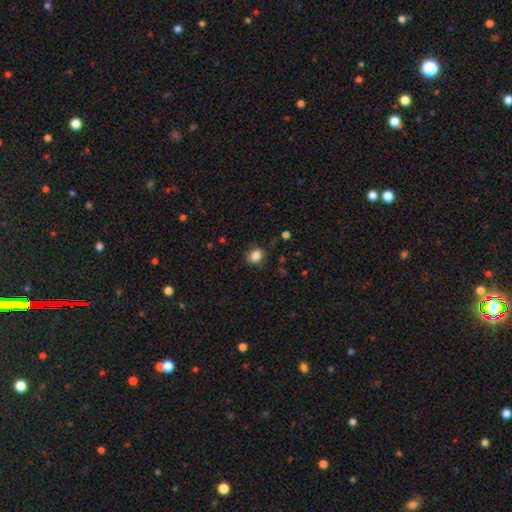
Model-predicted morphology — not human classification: Smooth or featured?
  - smooth: 84% *
  - star or artifact: 11%
  - featured or disk: 5%
How rounded?
  - round: 61% *
  - in between: 38%
  - cigar-shaped: 1%
Merging?
  - none: 80% *
  - minor disturbance: 14%
  - major disturbance: 4%
  - merger: 1%